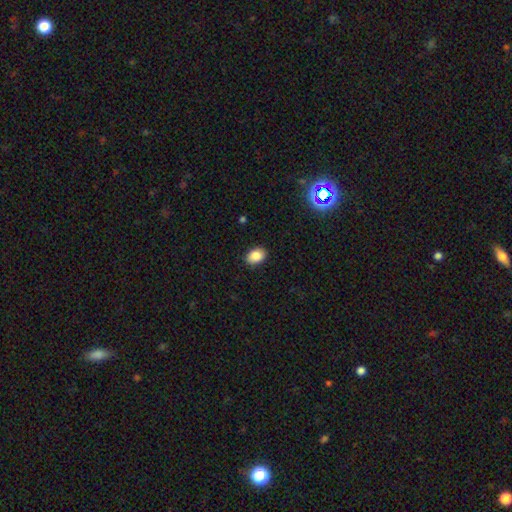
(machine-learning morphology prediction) This appears to be a smooth galaxy with no disk features (86%) that is in between round and cigar-shaped (80%). Merging: none (88%).